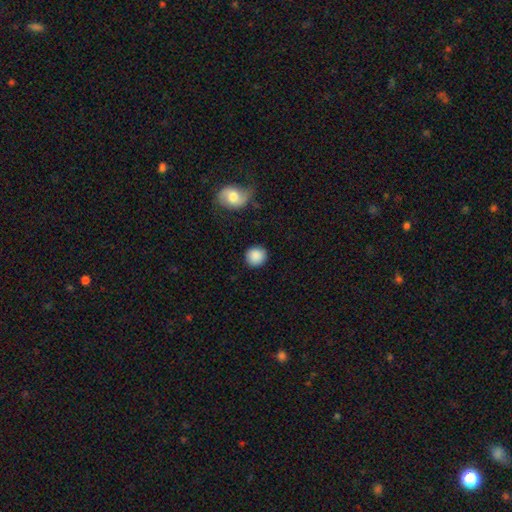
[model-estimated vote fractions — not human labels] This is clearly a smooth galaxy (88%). How rounded: clearly round (90%). Merging: clearly none (88%).